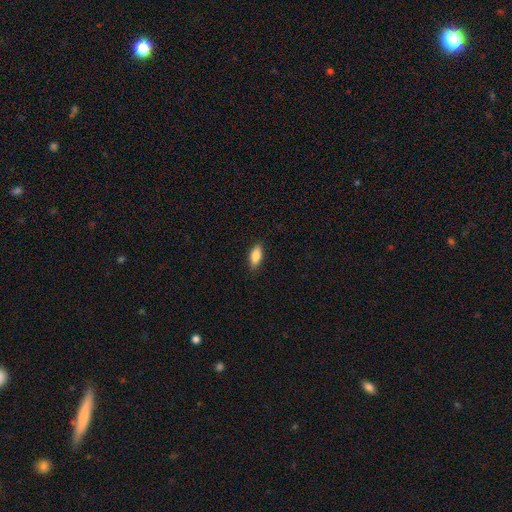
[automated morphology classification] type=smooth (84%); roundness=in between (82%); merging=none (86%).